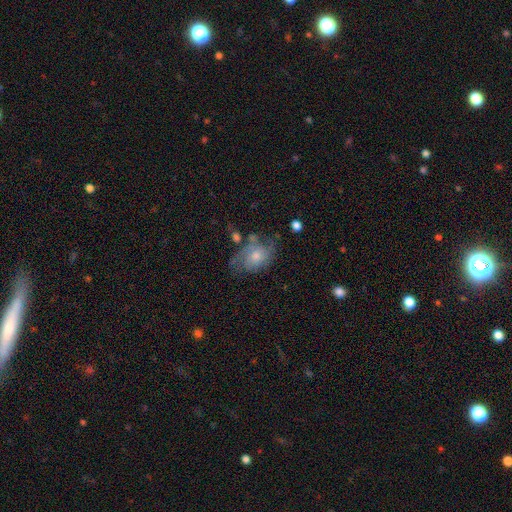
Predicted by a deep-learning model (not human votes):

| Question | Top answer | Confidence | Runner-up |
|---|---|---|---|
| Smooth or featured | featured or disk | 53% | smooth (39%) |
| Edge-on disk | no | 96% | yes (4%) |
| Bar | no | 79% | weak (18%) |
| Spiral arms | yes | 74% | no (26%) |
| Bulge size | moderate | 48% | small (41%) |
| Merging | none | 44% | minor disturbance (28%) |